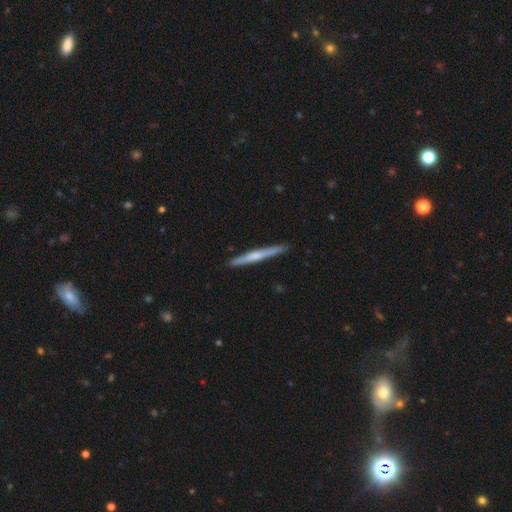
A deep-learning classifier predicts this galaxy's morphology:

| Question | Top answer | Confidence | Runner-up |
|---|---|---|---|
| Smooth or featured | featured or disk | 61% | smooth (34%) |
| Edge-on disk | yes | 98% | no (2%) |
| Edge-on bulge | rounded | 60% | none (30%) |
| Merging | none | 91% | minor disturbance (7%) |